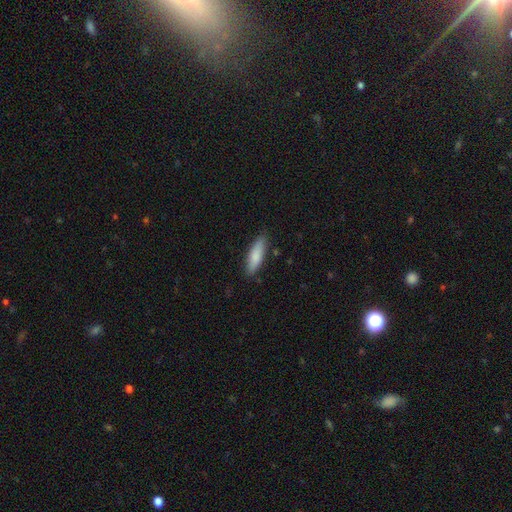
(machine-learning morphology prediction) smooth_or_featured: smooth (p=0.81) [alt: featured or disk p=0.13]
how_rounded: cigar-shaped (p=0.60) [alt: in between p=0.38]
merging: none (p=0.84) [alt: minor disturbance p=0.12]